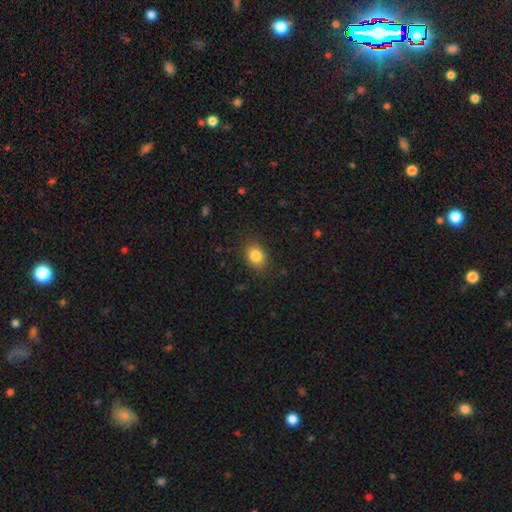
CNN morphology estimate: Overall: smooth (84%). How rounded: in between (62%; round 37%). Merging: none (84%).